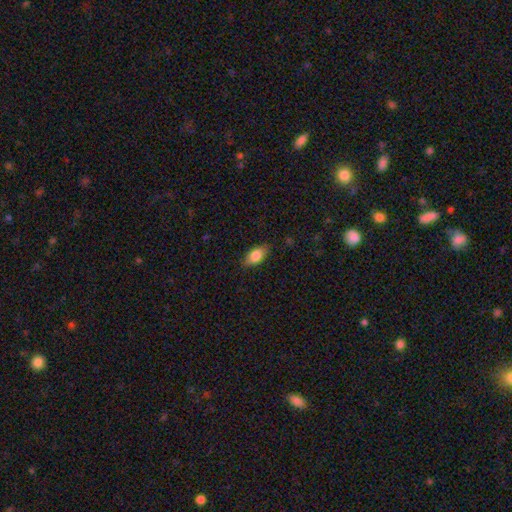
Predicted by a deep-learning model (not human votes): smooth-or-featured: smooth: 81% | featured or disk: 12% | star or artifact: 7%
  how-rounded: in between: 89% | cigar-shaped: 7% | round: 4%
  merging: none: 84% | minor disturbance: 12% | major disturbance: 3% | merger: 1%